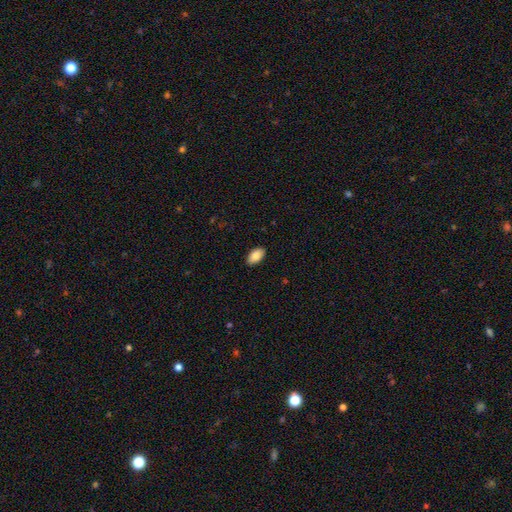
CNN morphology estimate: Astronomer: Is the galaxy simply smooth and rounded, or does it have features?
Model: smooth — 87%.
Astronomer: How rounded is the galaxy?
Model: in between — 94%.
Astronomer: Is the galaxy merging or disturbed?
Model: none — 89%.